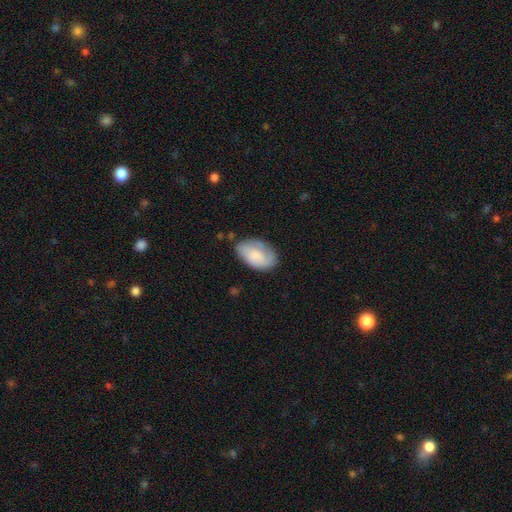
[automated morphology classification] This appears to be a smooth galaxy with no disk features (70%) that is in between round and cigar-shaped (92%). Merging: none (63%).